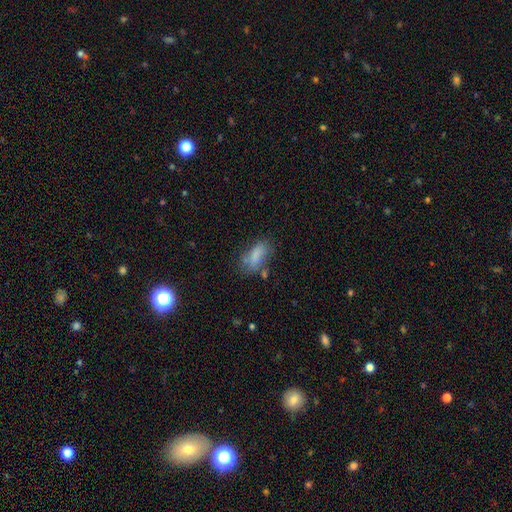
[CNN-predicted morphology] Smooth or featured?
  - smooth: 76% *
  - featured or disk: 14%
  - star or artifact: 10%
How rounded?
  - in between: 83% *
  - cigar-shaped: 13%
  - round: 4%
Merging?
  - none: 53% *
  - minor disturbance: 26%
  - major disturbance: 13%
  - merger: 8%